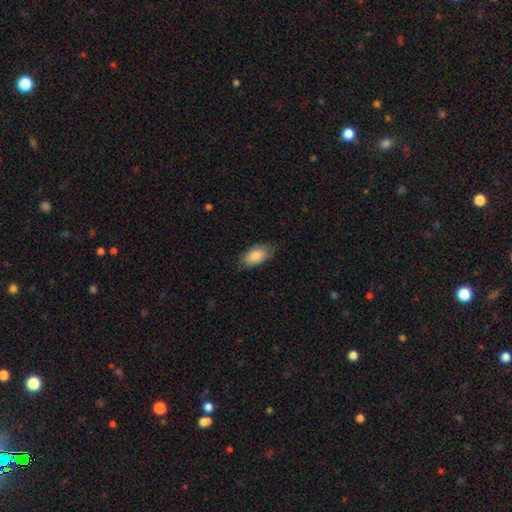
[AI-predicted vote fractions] Overall: smooth (83%). How rounded: in between (93%). Merging: none (73%).